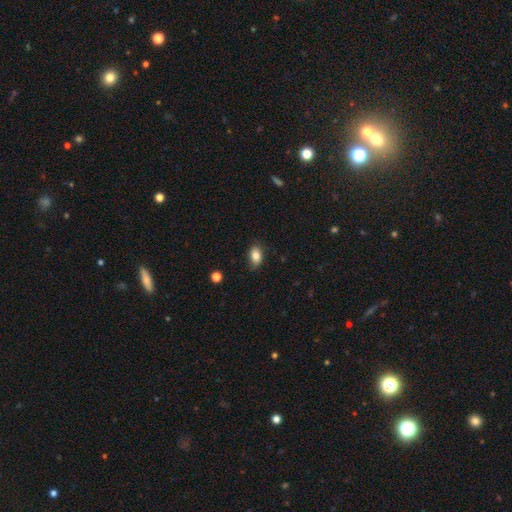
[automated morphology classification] type=smooth (84%); roundness=in between (88%); merging=none (80%).